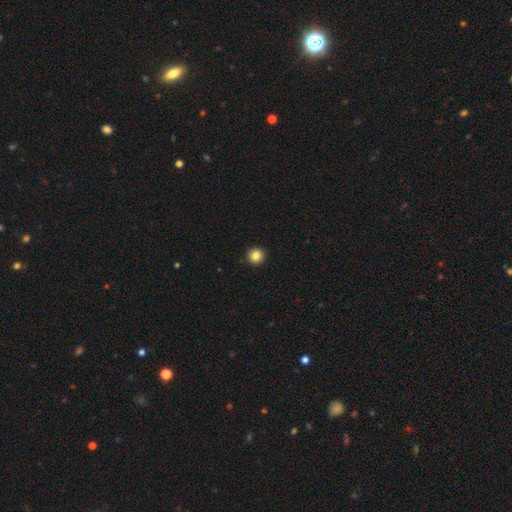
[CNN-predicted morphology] This is clearly a smooth galaxy (84%). How rounded: clearly round (95%). Merging: clearly none (94%).